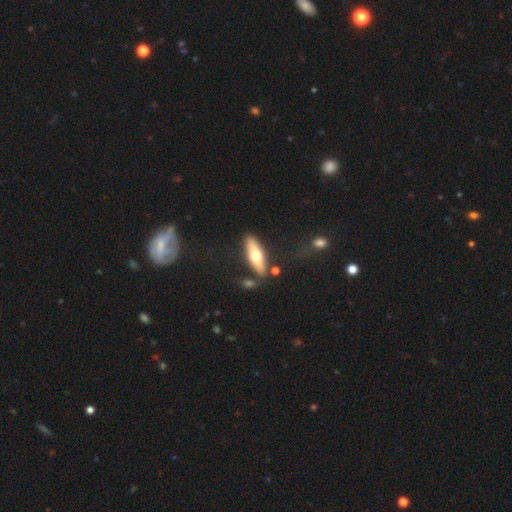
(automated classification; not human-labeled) smooth_or_featured: smooth (p=0.58) [alt: featured or disk p=0.36]
how_rounded: in between (p=0.49) [tied with: cigar-shaped p=0.49]
merging: none (p=0.78) [alt: minor disturbance p=0.12]